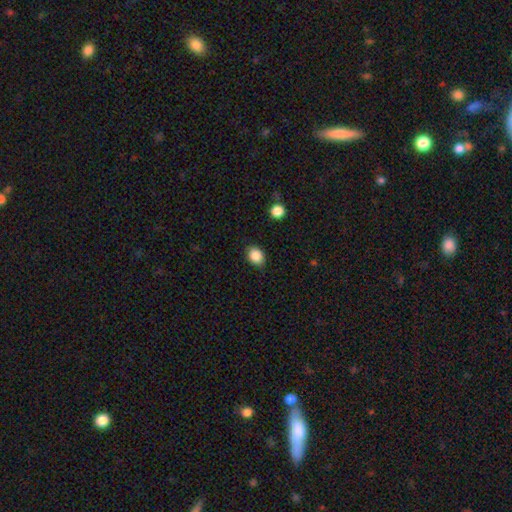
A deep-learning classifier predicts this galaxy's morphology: Q: Smooth or featured?
A: smooth (87%); runner-up: star or artifact (9%)
Q: How rounded?
A: in between (59%); runner-up: round (40%)
Q: Merging?
A: none (84%); runner-up: minor disturbance (12%)